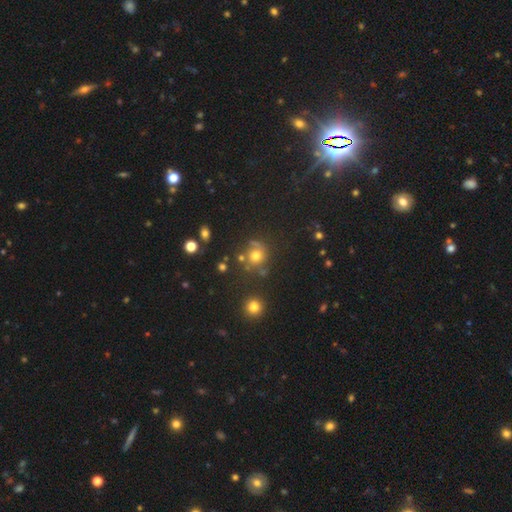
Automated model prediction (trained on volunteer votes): Morphology: type=smooth (62%); roundness=round (84%); merging=none (66%).